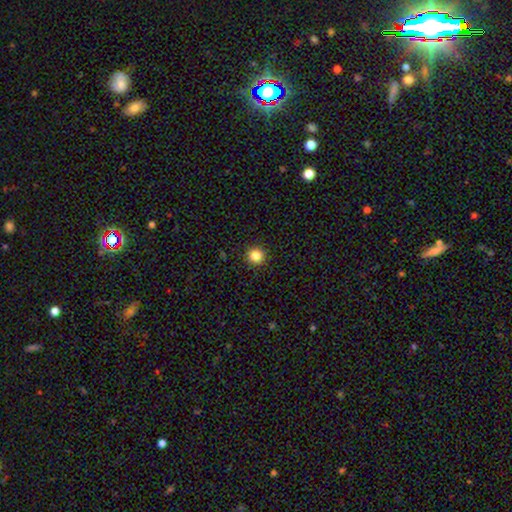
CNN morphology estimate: A smooth galaxy with no disk features (84%) that is round (96%).

Vote fractions:
- Smooth or featured? smooth: 84% / star or artifact: 12% / featured or disk: 4%
- How rounded? round: 96% / in between: 3% / cigar-shaped: 1%
- Merging? none: 93% / minor disturbance: 4% / major disturbance: 2% / merger: 1%